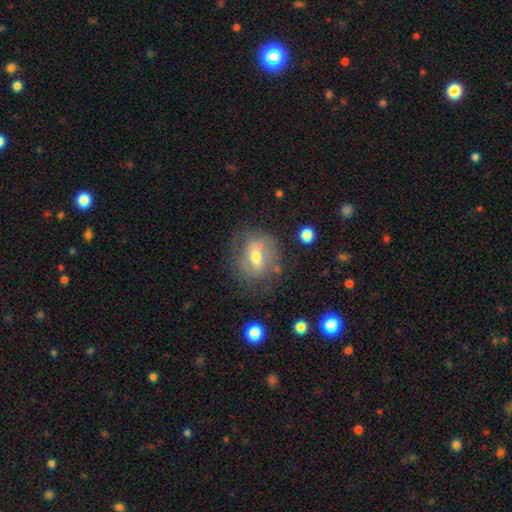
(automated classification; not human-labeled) smooth-or-featured: featured or disk: 54% | smooth: 37% | star or artifact: 9%
  disk-edge-on: no: 93% | yes: 7%
    bar: weak: 47% | strong: 28% | no: 24%
    has-spiral-arms: yes: 58% | no: 42%
    bulge-size: moderate: 68% | small: 24% | large: 6% | none: 1% | dominant: 1%
  merging: none: 66% | minor disturbance: 20% | major disturbance: 11% | merger: 3%